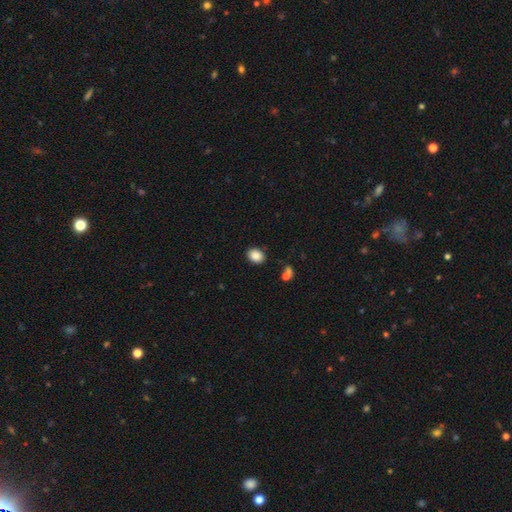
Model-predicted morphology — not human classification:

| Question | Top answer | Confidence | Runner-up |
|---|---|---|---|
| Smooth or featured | smooth | 87% | star or artifact (9%) |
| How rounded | in between | 58% | round (41%) |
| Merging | none | 87% | minor disturbance (9%) |